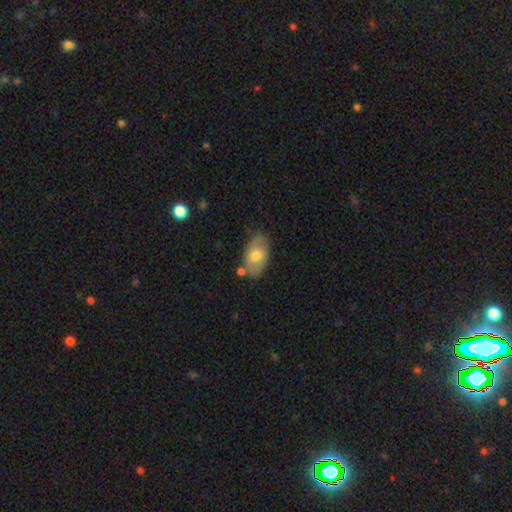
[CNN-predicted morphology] This is likely a smooth galaxy (60%). How rounded: clearly in between (92%). Merging: likely none (70%).